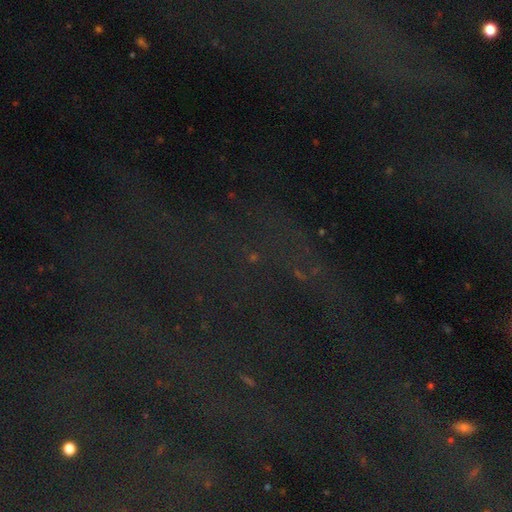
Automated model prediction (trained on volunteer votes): Smooth or featured: star or artifact — 78% (smooth — 11%)